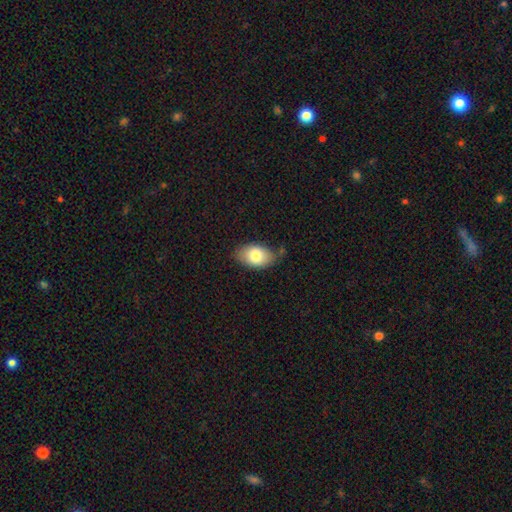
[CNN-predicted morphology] Smooth or featured? Predicted: smooth (p=0.80). How rounded? Predicted: in between (p=0.89). Merging? Predicted: none (p=0.70).